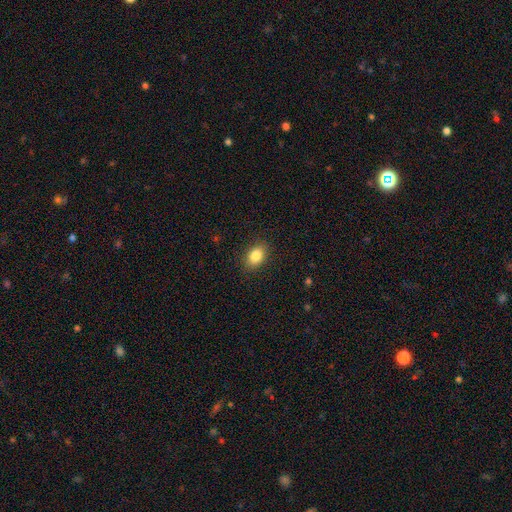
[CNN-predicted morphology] A smooth galaxy with no disk features (85%) that is in between round and cigar-shaped (83%).

Vote fractions:
- Smooth or featured? smooth: 85% / star or artifact: 8% / featured or disk: 6%
- How rounded? in between: 83% / round: 16% / cigar-shaped: 1%
- Merging? none: 88% / minor disturbance: 9% / major disturbance: 2% / merger: 1%